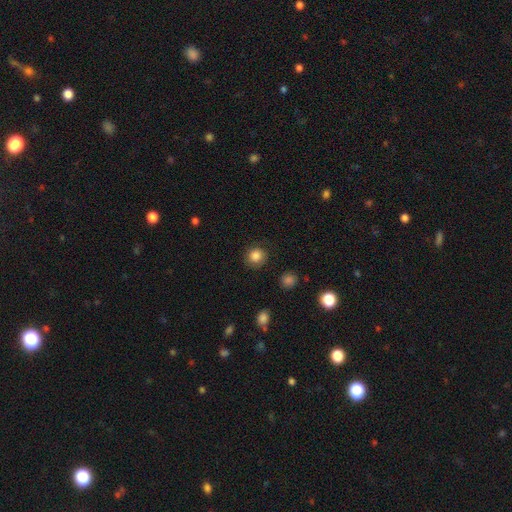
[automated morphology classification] This appears to be a smooth galaxy with no disk features (84%) that is round (88%). Merging: none (84%).